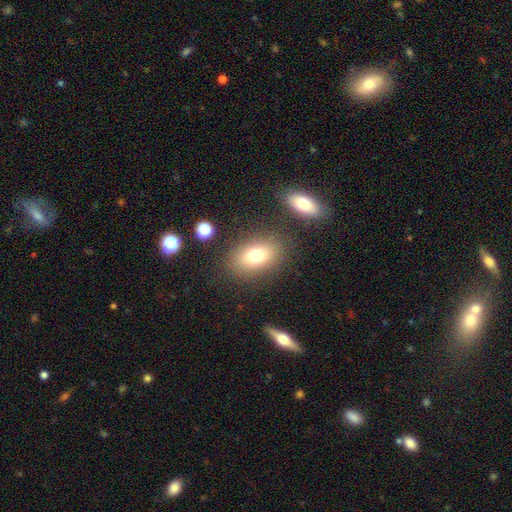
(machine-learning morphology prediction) Overall: smooth (75%). How rounded: in between (78%). Merging: none (82%).